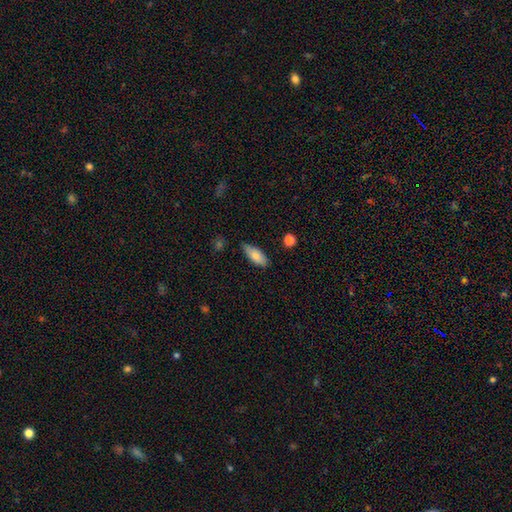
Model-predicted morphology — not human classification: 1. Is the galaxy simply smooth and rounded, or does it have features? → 75% smooth, 18% featured or disk, 7% star or artifact.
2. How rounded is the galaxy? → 82% in between, 16% cigar-shaped, 3% round.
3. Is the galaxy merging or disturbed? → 73% none, 22% minor disturbance, 3% major disturbance, 2% merger.